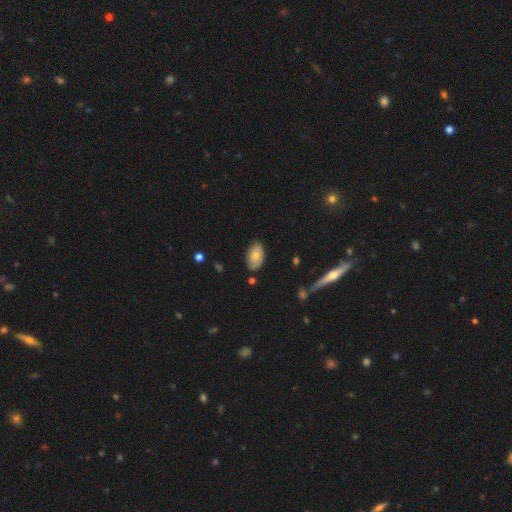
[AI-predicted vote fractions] smooth-or-featured: smooth: 74% | featured or disk: 19% | star or artifact: 7%
  how-rounded: in between: 93% | round: 6% | cigar-shaped: 1%
  merging: none: 81% | minor disturbance: 14% | major disturbance: 3% | merger: 2%